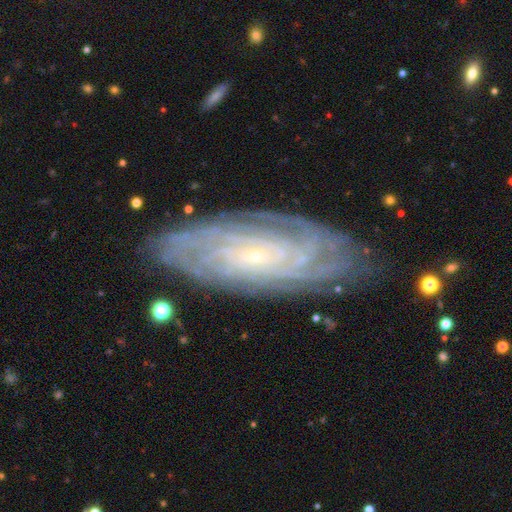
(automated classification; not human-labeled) A featured or disk galaxy (86%) with no bar (68%), tight (81%) spiral arms (97%) and a small central bulge (86%). Merging: none (81%).